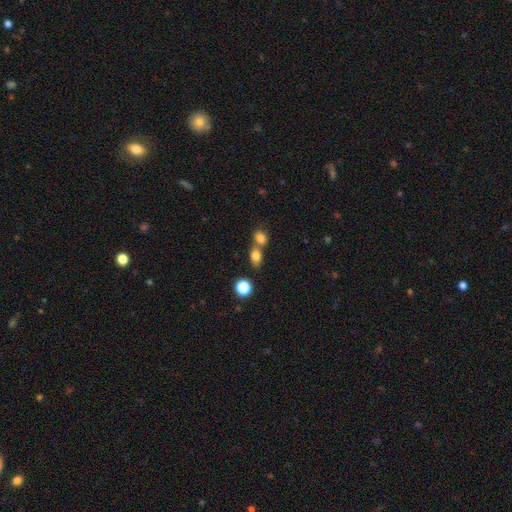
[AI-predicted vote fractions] Overall: smooth (79%). How rounded: in between (67%; round 31%). Merging: merger (49%; none 40%).